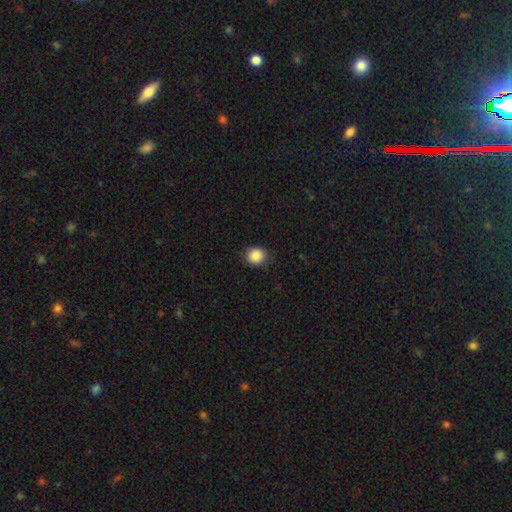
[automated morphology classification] Smooth or featured? smooth (88%)
How rounded? round (84%)
Merging? none (88%)